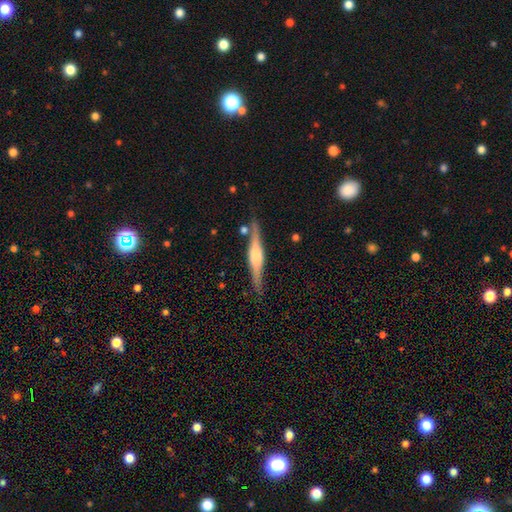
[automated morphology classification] This is likely a featured or disk galaxy (73%). It is clearly viewed edge-on (97%). Edge-on bulge: likely rounded (69%). Merging: clearly none (83%).